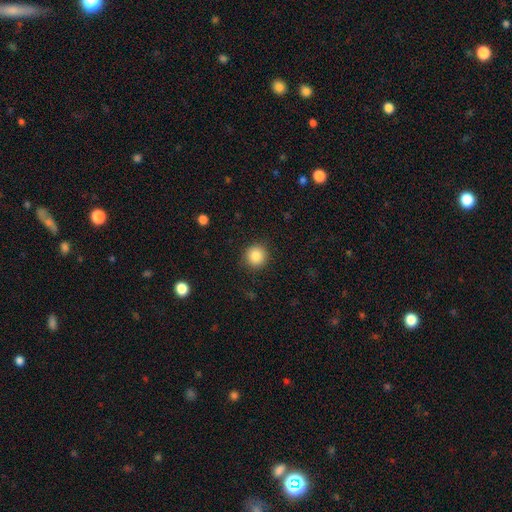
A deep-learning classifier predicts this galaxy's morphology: The model was most divided on "smooth or featured": smooth: 85%, star or artifact: 10%, featured or disk: 5%. More confident: how rounded — round (93%); merging — none (90%).